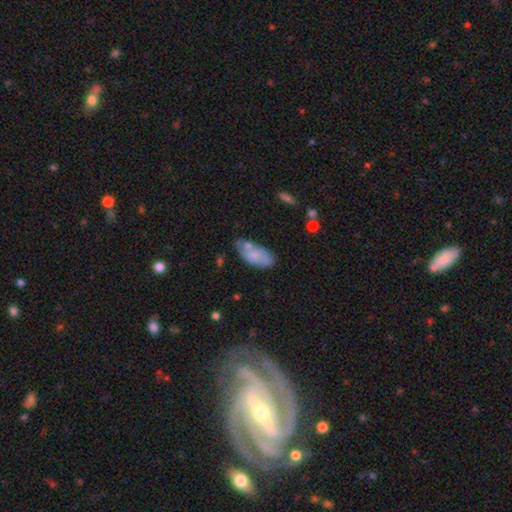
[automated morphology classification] This appears to be a smooth galaxy with no disk features (64%) that is in between round and cigar-shaped (90%). Merging: none (54%).